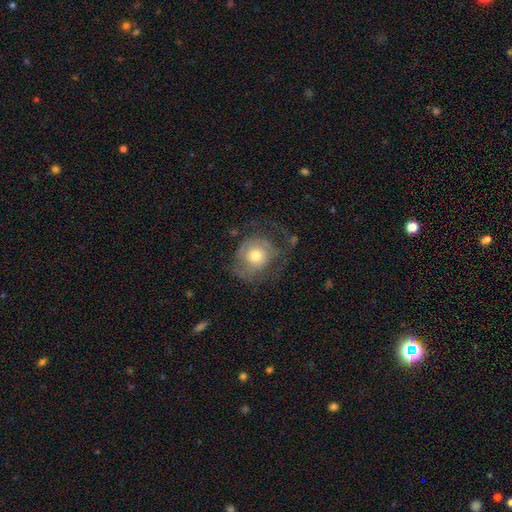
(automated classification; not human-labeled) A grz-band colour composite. It shows a featured or disk galaxy (49%). Merging: none (47%).